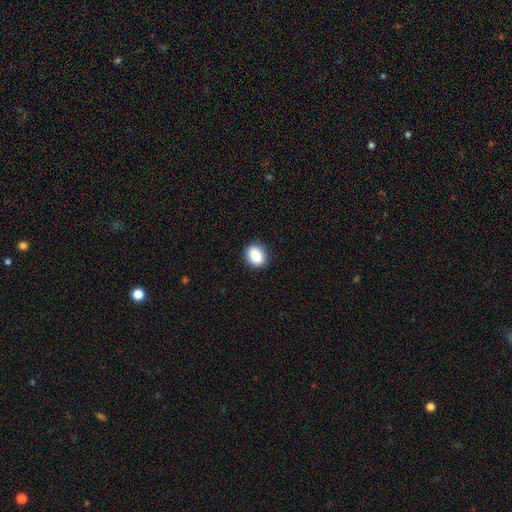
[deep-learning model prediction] smooth_or_featured: smooth (p=0.88) [alt: star or artifact p=0.08]
how_rounded: in between (p=0.61) [alt: round p=0.38]
merging: none (p=0.89) [alt: minor disturbance p=0.08]